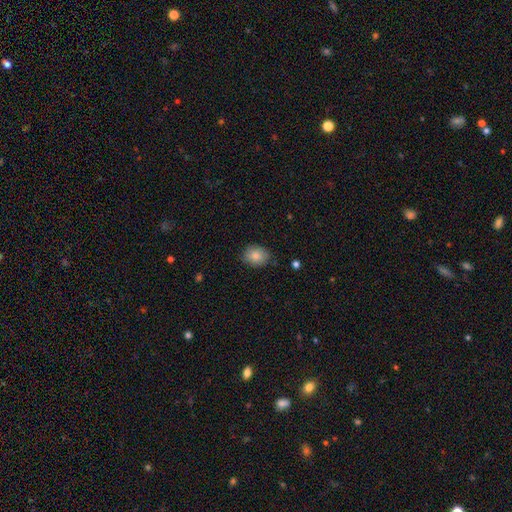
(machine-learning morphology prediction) The model was most divided on "how rounded": in between: 55%, round: 45%, cigar-shaped: 1%. More confident: smooth or featured — smooth (85%); merging — none (83%).